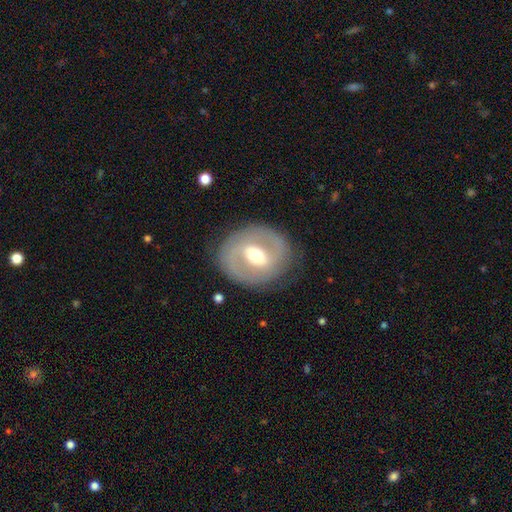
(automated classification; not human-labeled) This appears to be a featured or disk galaxy (71%) with a weak bar (46%), spiral arms (64%) and a moderate central bulge (70%). Merging: none (81%).